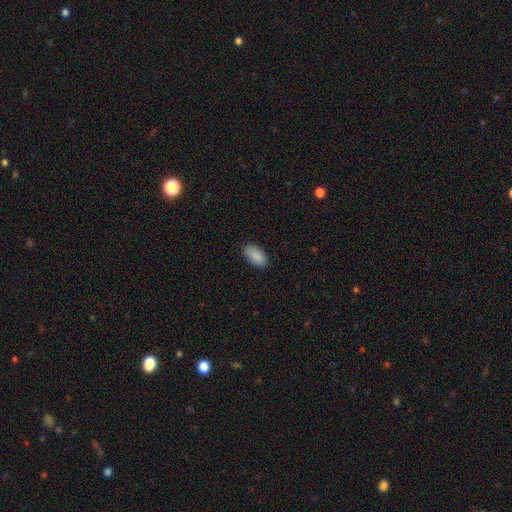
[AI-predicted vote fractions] This is clearly a smooth galaxy (90%). How rounded: clearly in between (94%). Merging: clearly none (87%).